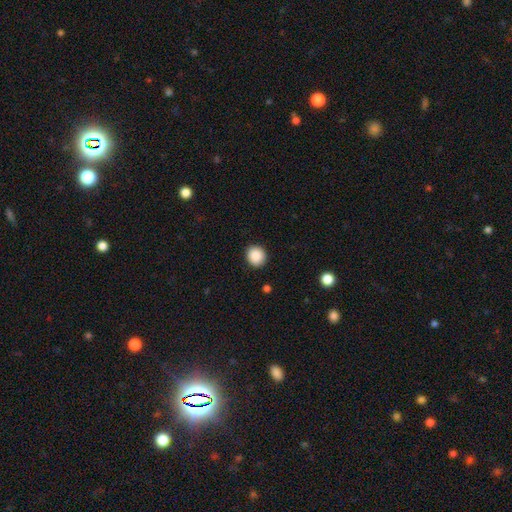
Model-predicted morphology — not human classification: Smooth or featured: smooth — 89% (star or artifact — 9%)
How rounded: round — 88% (in between — 11%)
Merging: none — 91% (minor disturbance — 6%)